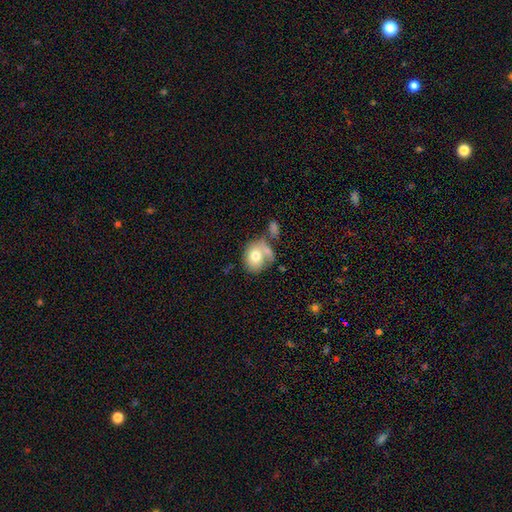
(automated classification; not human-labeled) smooth 70%, featured or disk 22%, star or artifact 8%. Down the decision tree: how rounded — round (62%); merging — none (38%).